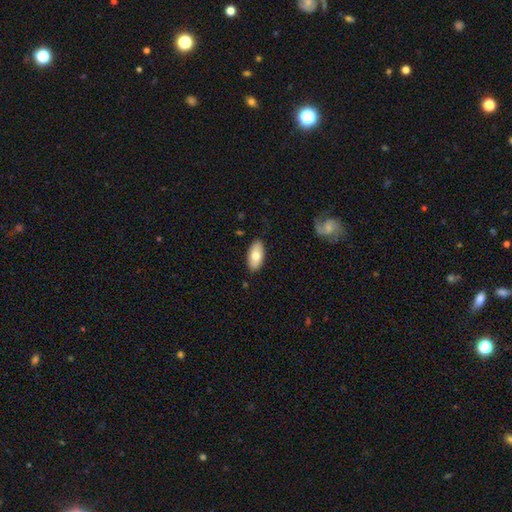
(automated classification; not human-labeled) smooth-or-featured: smooth: 75% | featured or disk: 19% | star or artifact: 6%
  how-rounded: in between: 93% | cigar-shaped: 5% | round: 2%
  merging: none: 88% | minor disturbance: 9% | major disturbance: 2% | merger: 1%